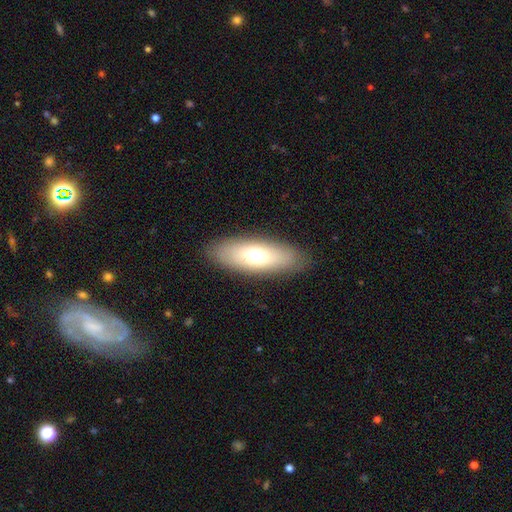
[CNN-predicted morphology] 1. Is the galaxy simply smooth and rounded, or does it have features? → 67% smooth, 25% featured or disk, 7% star or artifact.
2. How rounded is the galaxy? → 71% in between, 26% cigar-shaped, 3% round.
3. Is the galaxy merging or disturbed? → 86% none, 10% minor disturbance, 3% major disturbance, 1% merger.